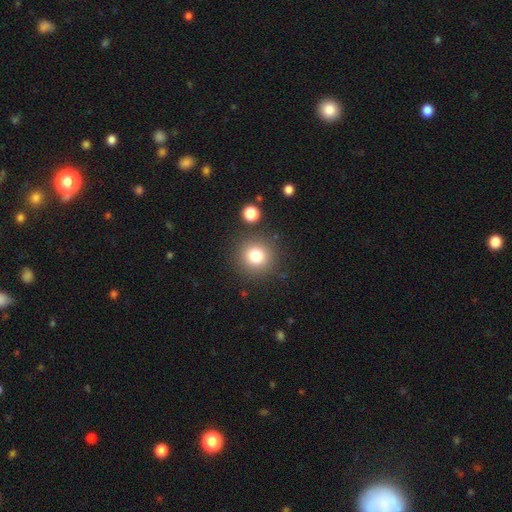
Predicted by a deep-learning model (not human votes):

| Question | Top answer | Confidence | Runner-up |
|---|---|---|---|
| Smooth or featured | smooth | 78% | star or artifact (13%) |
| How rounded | round | 94% | in between (5%) |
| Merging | none | 85% | minor disturbance (7%) |